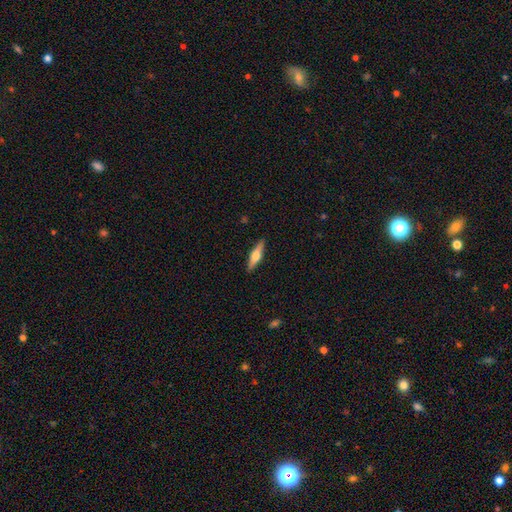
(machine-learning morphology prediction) smooth-or-featured: featured or disk: 57% | smooth: 38% | star or artifact: 6%
  disk-edge-on: yes: 96% | no: 4%
    edge-on-bulge: rounded: 92% | boxy: 5% | none: 2%
  merging: none: 90% | minor disturbance: 7% | major disturbance: 2% | merger: 1%